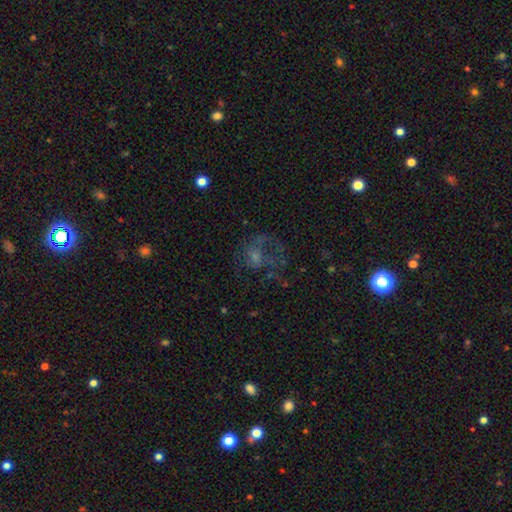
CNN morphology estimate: smooth-or-featured: featured or disk: 45% | smooth: 34% | star or artifact: 20%
  merging: major disturbance: 51% | none: 30% | minor disturbance: 14% | merger: 5%